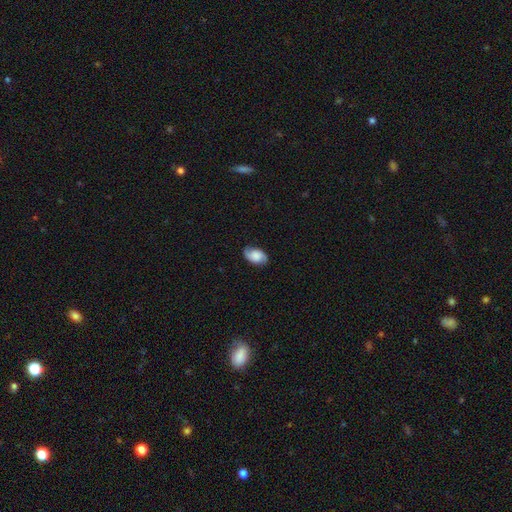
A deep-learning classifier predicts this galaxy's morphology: A featured or disk galaxy (46%).

Vote fractions:
- Smooth or featured? featured or disk: 46% / smooth: 45% / star or artifact: 9%
- Merging? none: 82% / minor disturbance: 14% / major disturbance: 3% / merger: 1%